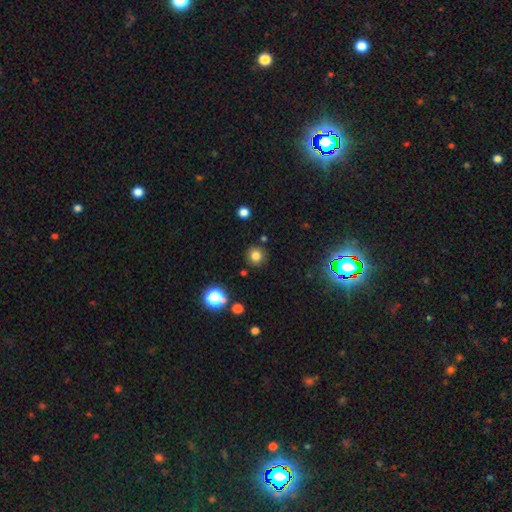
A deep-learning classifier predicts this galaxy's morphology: type=smooth (80%); roundness=round (90%); merging=none (87%).